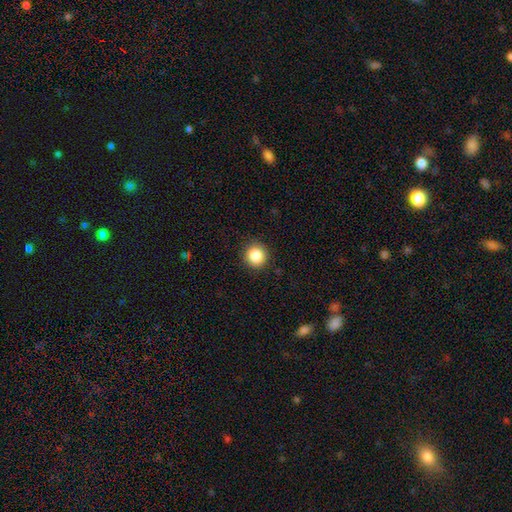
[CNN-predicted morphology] type=smooth (87%); roundness=round (93%); merging=none (91%).